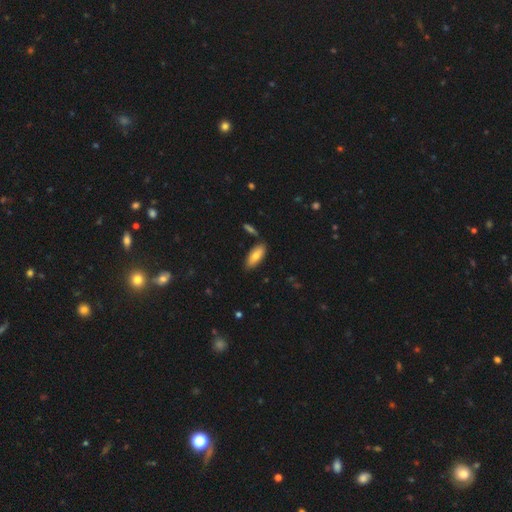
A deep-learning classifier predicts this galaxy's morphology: type=smooth (73%); roundness=in between (79%); merging=none (81%).